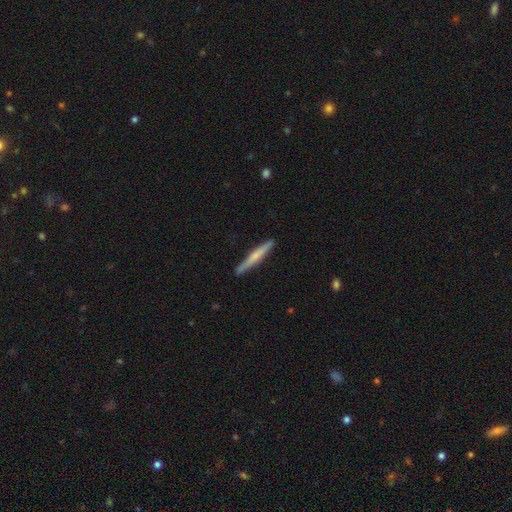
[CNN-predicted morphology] Smooth or featured? smooth (51%)
How rounded? cigar-shaped (96%)
Merging? none (89%)